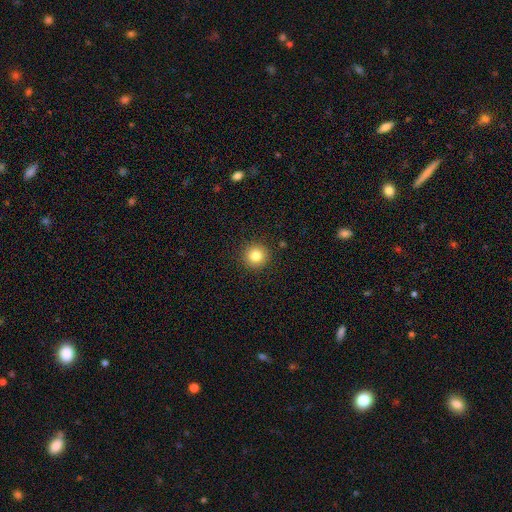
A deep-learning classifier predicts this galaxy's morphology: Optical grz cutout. It shows a smooth galaxy with no disk features (82%) that is round (95%). Merging: none (92%).